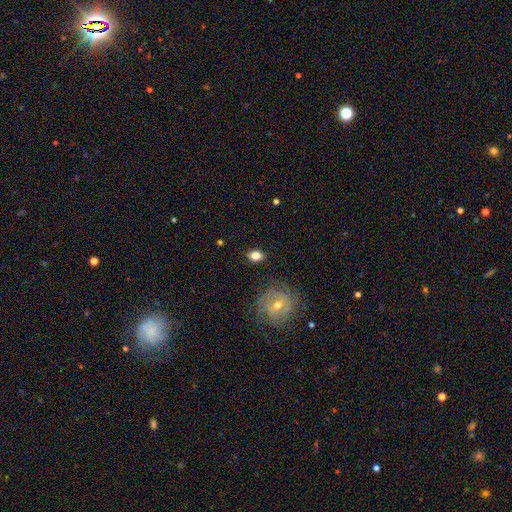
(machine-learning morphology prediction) This is likely a smooth galaxy (79%). How rounded: likely in between (67%). Merging: clearly none (85%).